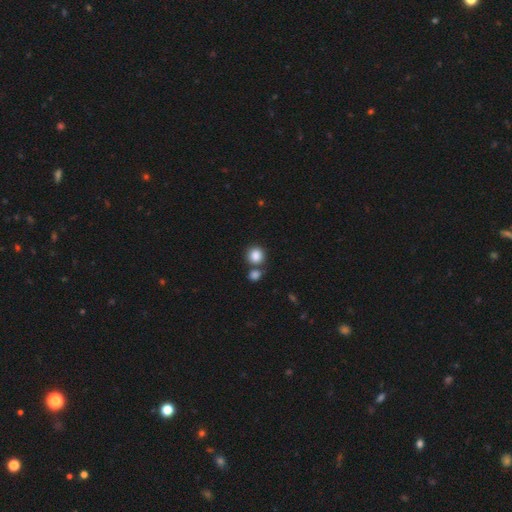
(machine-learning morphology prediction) A smooth galaxy with no disk features (87%) that is round (88%).

Vote fractions:
- Smooth or featured? smooth: 87% / star or artifact: 9% / featured or disk: 5%
- How rounded? round: 88% / in between: 11% / cigar-shaped: 1%
- Merging? none: 61% / merger: 27% / minor disturbance: 9% / major disturbance: 3%